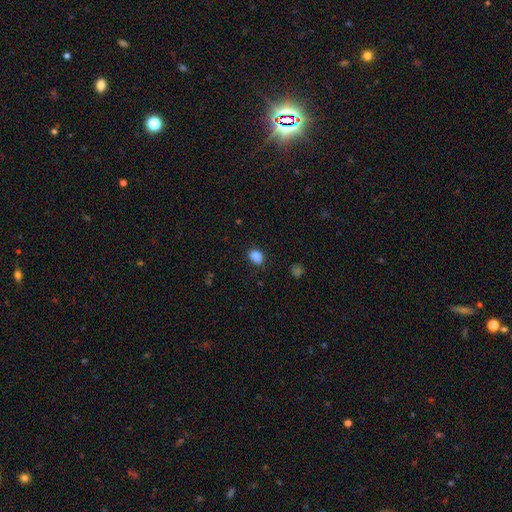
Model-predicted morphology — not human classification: smooth-or-featured: smooth: 85% | star or artifact: 10% | featured or disk: 5%
  how-rounded: in between: 60% | round: 39% | cigar-shaped: 1%
  merging: none: 74% | minor disturbance: 20% | major disturbance: 4% | merger: 2%